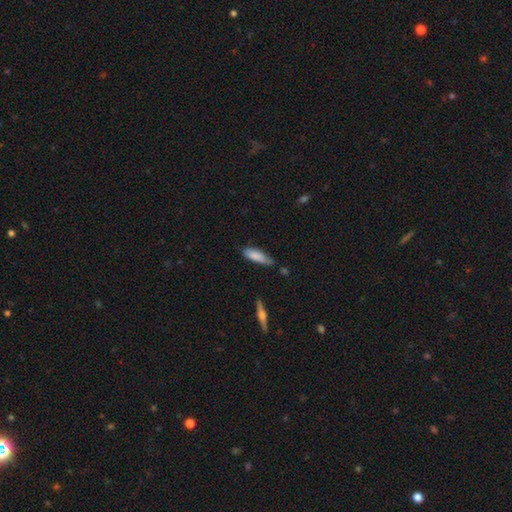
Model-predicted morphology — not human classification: smooth-or-featured: smooth: 81% | featured or disk: 12% | star or artifact: 6%
  how-rounded: in between: 55% | cigar-shaped: 43% | round: 2%
  merging: none: 55% | minor disturbance: 35% | major disturbance: 6% | merger: 4%